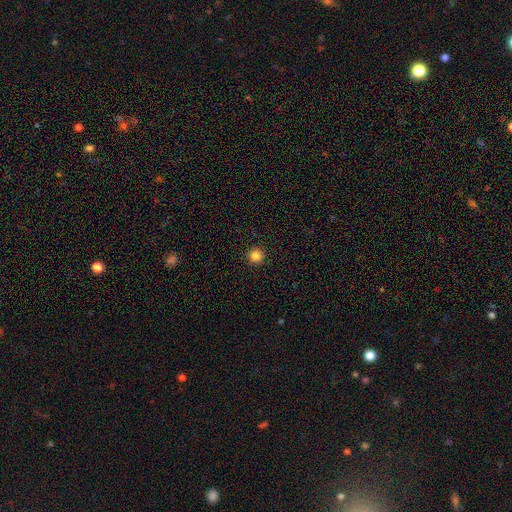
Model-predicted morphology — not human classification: Q: Smooth or featured?
A: smooth (84%); runner-up: star or artifact (12%)
Q: How rounded?
A: round (96%); runner-up: in between (3%)
Q: Merging?
A: none (93%); runner-up: minor disturbance (4%)